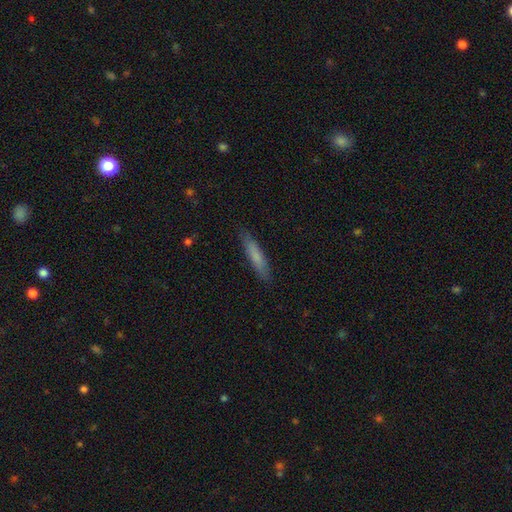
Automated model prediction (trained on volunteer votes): Morphology: type=smooth (75%); roundness=cigar-shaped (88%); merging=none (87%).